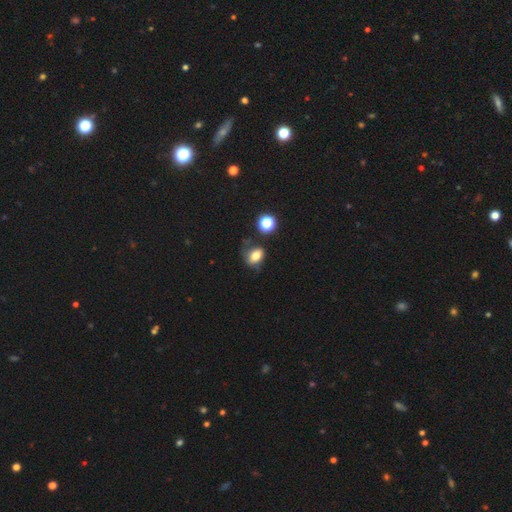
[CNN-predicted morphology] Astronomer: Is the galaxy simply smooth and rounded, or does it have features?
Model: smooth — 73%.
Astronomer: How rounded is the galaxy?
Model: in between — 71%.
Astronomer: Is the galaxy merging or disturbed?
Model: none — 55%.